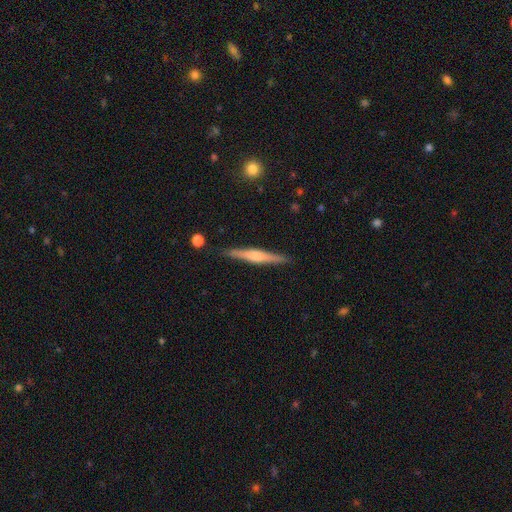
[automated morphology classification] Smooth or featured?
  - featured or disk: 60% *
  - smooth: 34%
  - star or artifact: 6%
Edge-on disk?
  - yes: 98% *
  - no: 2%
Edge-on bulge?
  - rounded: 64% *
  - boxy: 21%
  - none: 14%
Merging?
  - none: 89% *
  - minor disturbance: 8%
  - major disturbance: 2%
  - merger: 1%